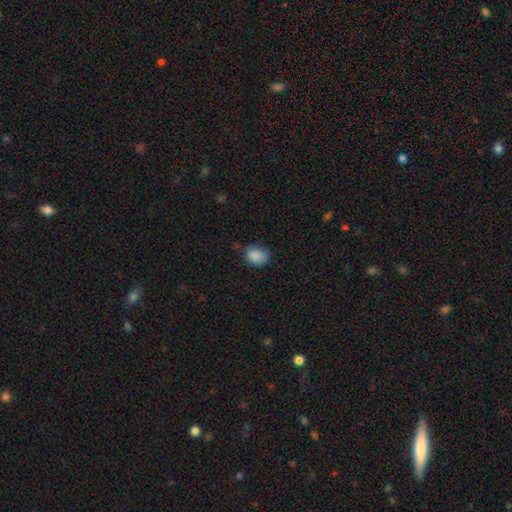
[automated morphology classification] smooth_or_featured: smooth (p=0.87) [alt: star or artifact p=0.09]
how_rounded: round (p=0.51) [alt: in between p=0.48]
merging: none (p=0.69) [alt: minor disturbance p=0.24]